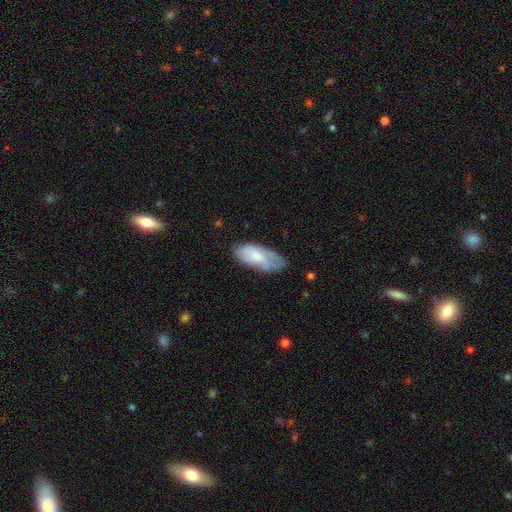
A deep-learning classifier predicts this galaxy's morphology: A smooth galaxy with no disk features (64%) that is in between round and cigar-shaped (86%).

Vote fractions:
- Smooth or featured? smooth: 64% / featured or disk: 29% / star or artifact: 7%
- How rounded? in between: 86% / cigar-shaped: 12% / round: 2%
- Merging? none: 55% / minor disturbance: 32% / major disturbance: 11% / merger: 2%